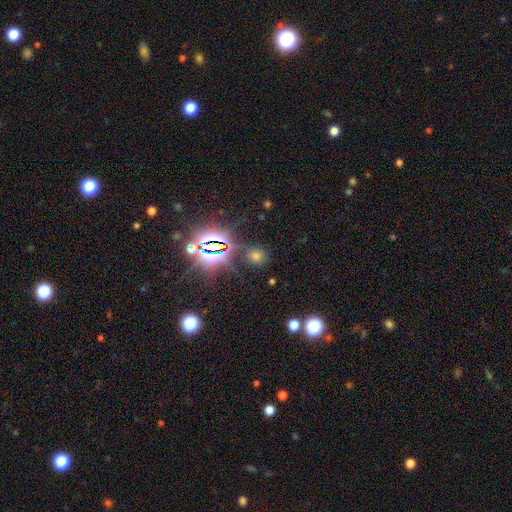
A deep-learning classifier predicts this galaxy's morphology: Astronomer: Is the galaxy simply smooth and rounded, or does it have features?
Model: star or artifact — 47% (runner-up: smooth, 43%).